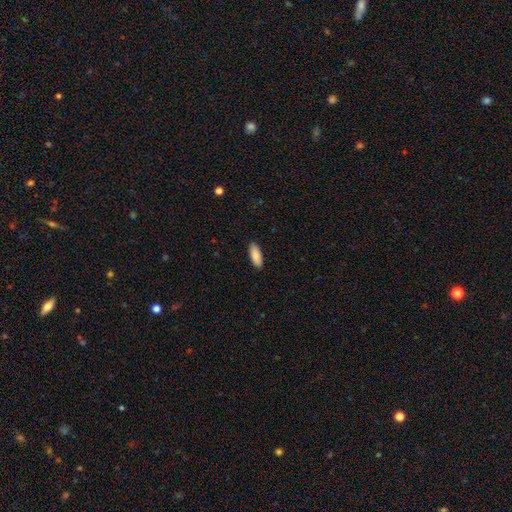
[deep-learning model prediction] Q: Smooth or featured?
A: smooth (88%); runner-up: featured or disk (6%)
Q: How rounded?
A: in between (75%); runner-up: cigar-shaped (24%)
Q: Merging?
A: none (90%); runner-up: minor disturbance (8%)